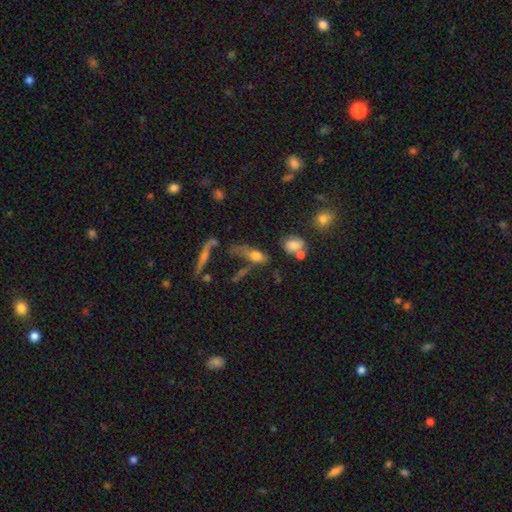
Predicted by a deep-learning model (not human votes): Q: Smooth or featured?
A: smooth (62%); runner-up: featured or disk (25%)
Q: How rounded?
A: in between (66%); runner-up: cigar-shaped (20%)
Q: Merging?
A: none (31%); runner-up: major disturbance (28%)